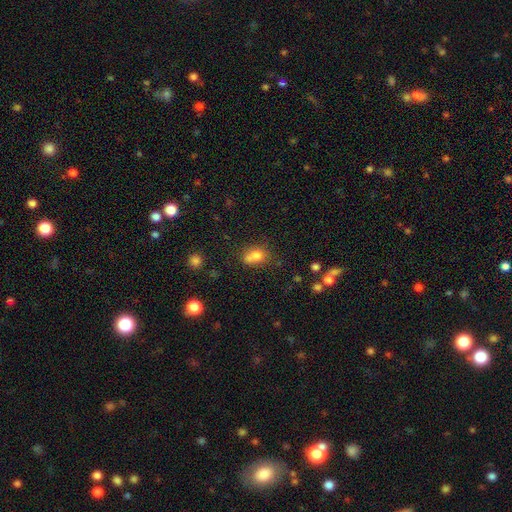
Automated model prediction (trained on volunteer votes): This appears to be a smooth galaxy with no disk features (73%) that is round (53%). Merging: merger (44%).